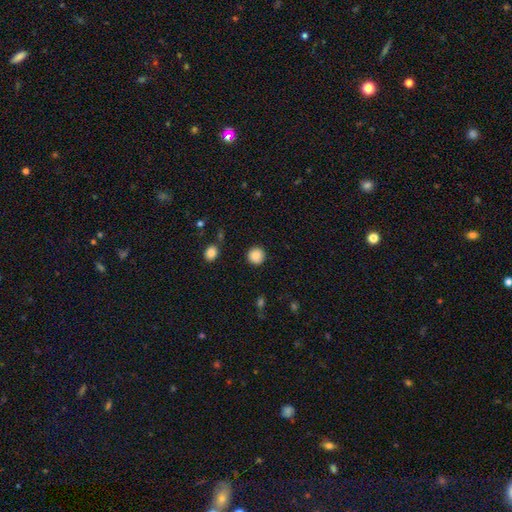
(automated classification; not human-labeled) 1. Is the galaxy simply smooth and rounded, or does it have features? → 88% smooth, 8% star or artifact, 3% featured or disk.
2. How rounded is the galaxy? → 94% round, 5% in between, 1% cigar-shaped.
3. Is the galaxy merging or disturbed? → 90% none, 6% minor disturbance, 2% major disturbance, 1% merger.